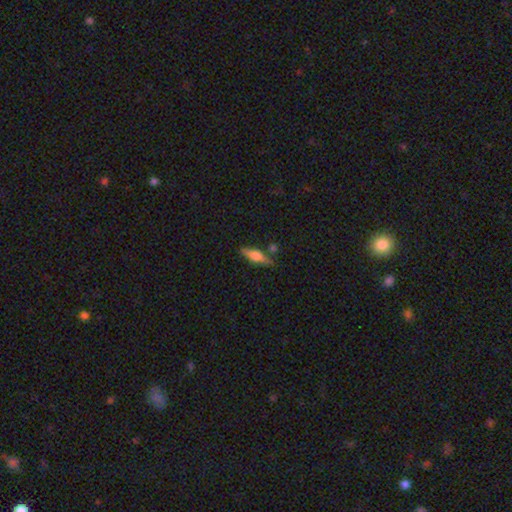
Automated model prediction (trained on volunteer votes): Smooth or featured?
  - featured or disk: 49% *
  - smooth: 44%
  - star or artifact: 7%
Merging?
  - none: 77% *
  - minor disturbance: 14%
  - merger: 6%
  - major disturbance: 3%